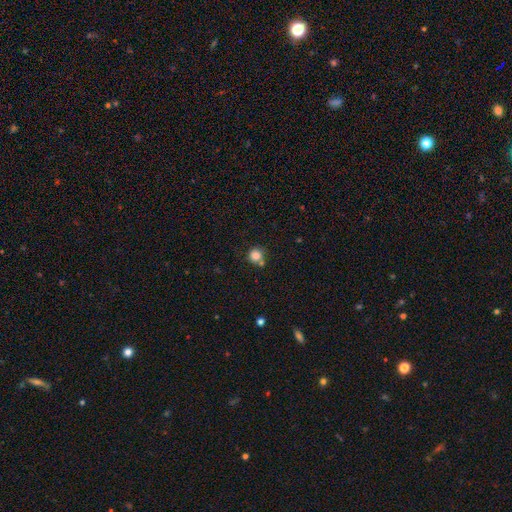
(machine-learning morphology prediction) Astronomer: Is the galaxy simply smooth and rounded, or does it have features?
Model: smooth — 82%.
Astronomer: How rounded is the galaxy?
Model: round — 92%.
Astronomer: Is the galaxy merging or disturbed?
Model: none — 66%.